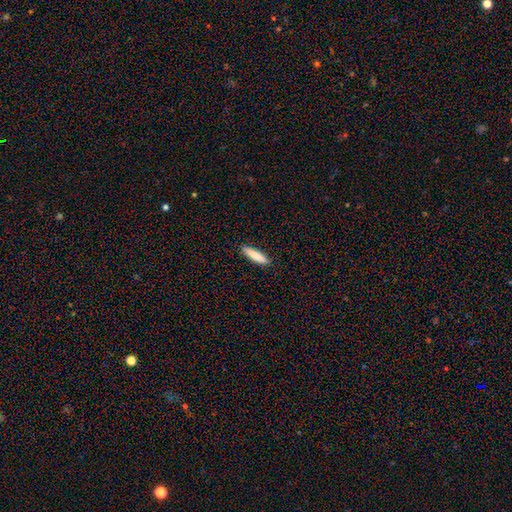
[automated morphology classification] Smooth or featured: smooth — 84% (featured or disk — 10%)
How rounded: cigar-shaped — 82% (in between — 17%)
Merging: none — 90% (minor disturbance — 7%)